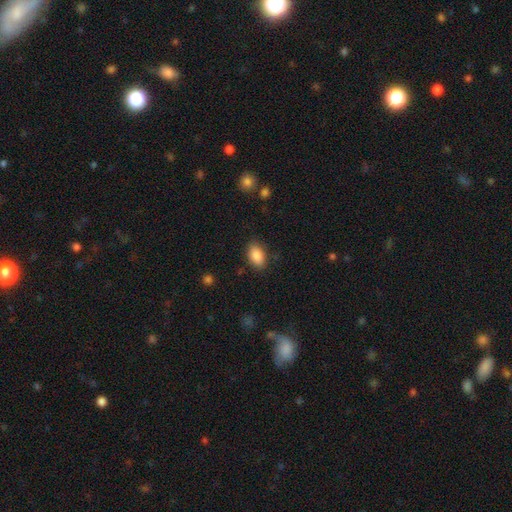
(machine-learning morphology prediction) smooth-or-featured: smooth: 87% | star or artifact: 8% | featured or disk: 5%
  how-rounded: in between: 89% | round: 9% | cigar-shaped: 2%
  merging: none: 83% | minor disturbance: 12% | major disturbance: 3% | merger: 1%